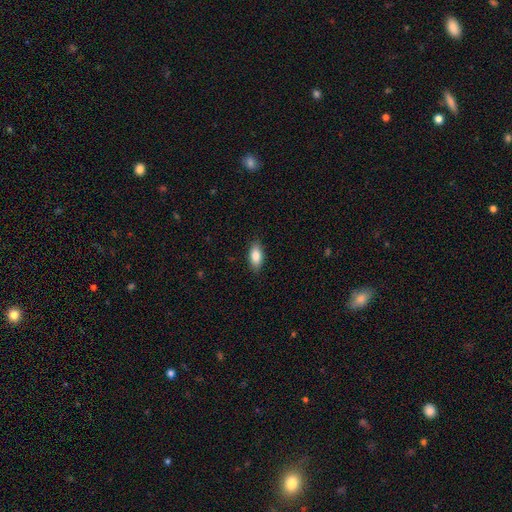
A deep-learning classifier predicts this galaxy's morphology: This appears to be a smooth galaxy with no disk features (85%) that is in between round and cigar-shaped (88%). Merging: none (87%).